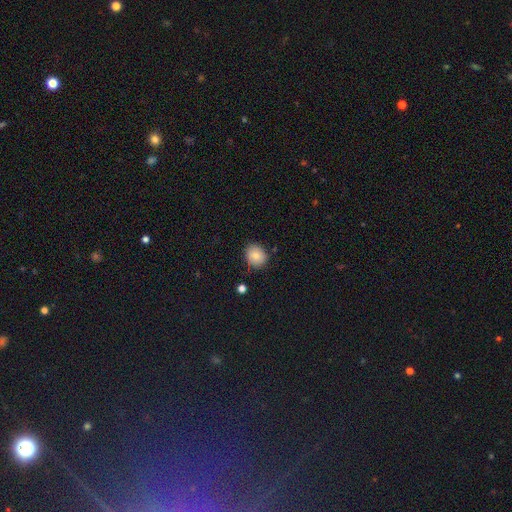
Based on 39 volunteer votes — A smooth galaxy with no disk features (79%) that is round (71%). Merging: none (74%).